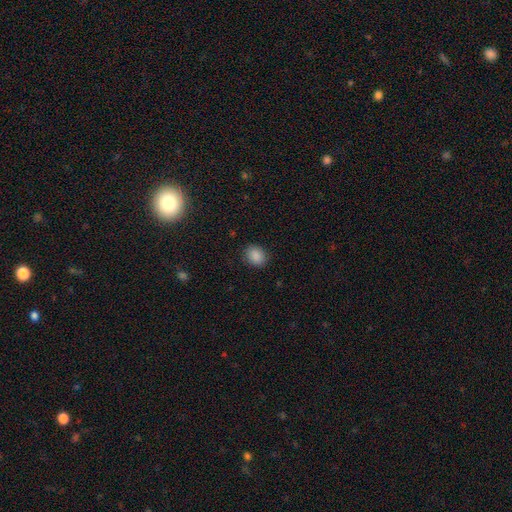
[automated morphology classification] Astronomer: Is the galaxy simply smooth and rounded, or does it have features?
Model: smooth — 88%.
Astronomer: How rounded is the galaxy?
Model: in between — 54% (runner-up: round, 45%).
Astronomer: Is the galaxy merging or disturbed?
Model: none — 86%.